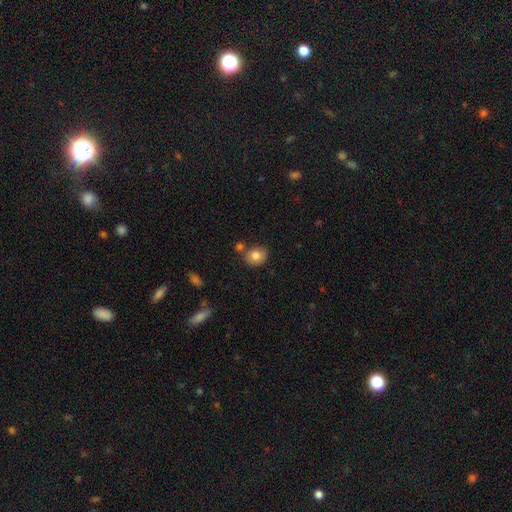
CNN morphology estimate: Smooth or featured: smooth — 81% (featured or disk — 10%)
How rounded: round — 59% (in between — 41%)
Merging: none — 68% (minor disturbance — 16%)